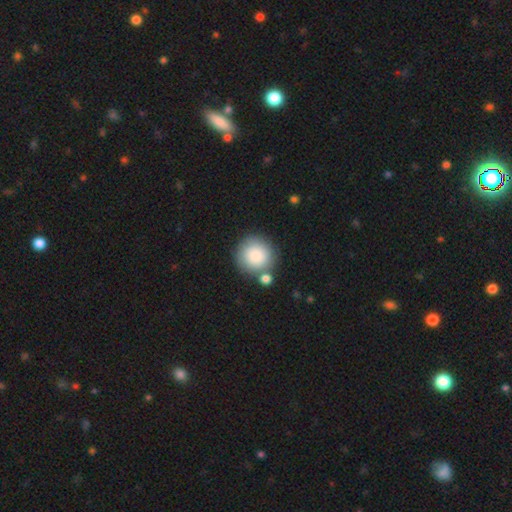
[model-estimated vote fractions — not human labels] A smooth galaxy with no disk features (86%) that is round (93%). Merging: none (68%).